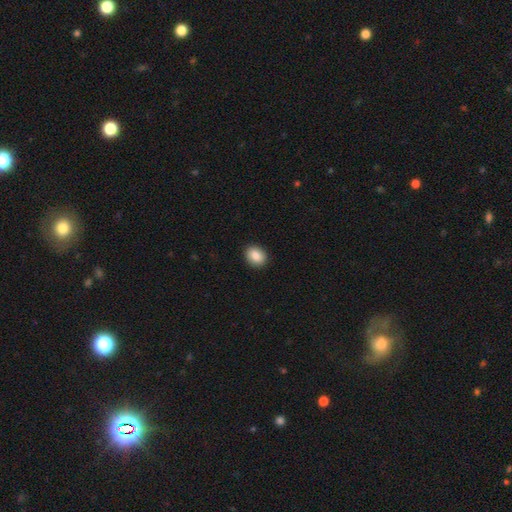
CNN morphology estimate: Q: Smooth or featured?
A: smooth (87%); runner-up: star or artifact (8%)
Q: How rounded?
A: round (52%); runner-up: in between (47%)
Q: Merging?
A: none (91%); runner-up: minor disturbance (6%)